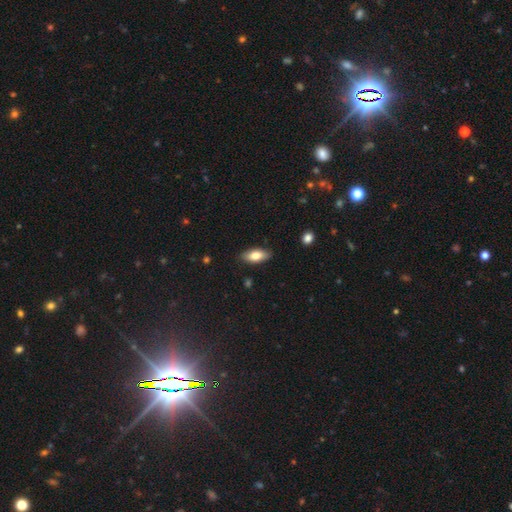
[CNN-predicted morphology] smooth_or_featured: smooth (p=0.76) [alt: featured or disk p=0.17]
how_rounded: in between (p=0.83) [alt: cigar-shaped p=0.14]
merging: none (p=0.86) [alt: minor disturbance p=0.11]